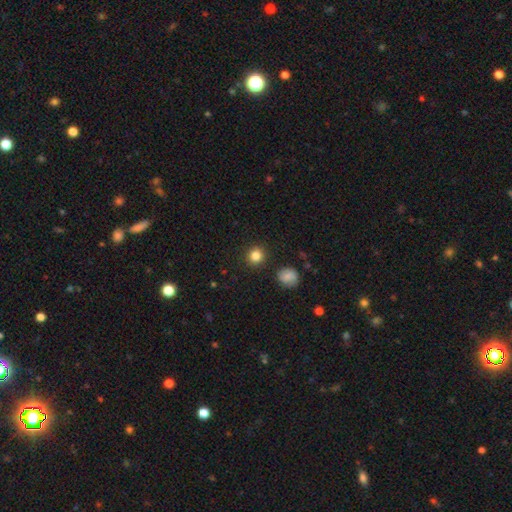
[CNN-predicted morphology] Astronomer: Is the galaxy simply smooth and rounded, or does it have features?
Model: smooth — 83%.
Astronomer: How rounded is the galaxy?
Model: round — 91%.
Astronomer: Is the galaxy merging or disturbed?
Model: none — 90%.